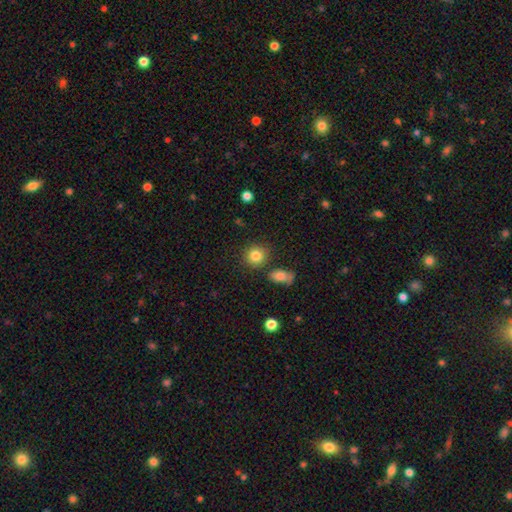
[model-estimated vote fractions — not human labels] Smooth or featured: smooth — 84% (star or artifact — 10%)
How rounded: round — 86% (in between — 13%)
Merging: none — 81% (minor disturbance — 9%)